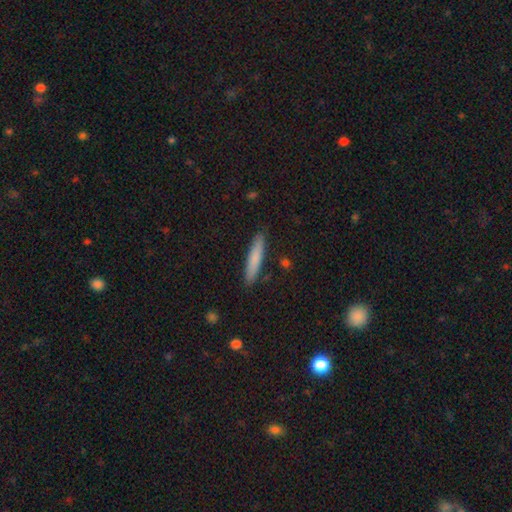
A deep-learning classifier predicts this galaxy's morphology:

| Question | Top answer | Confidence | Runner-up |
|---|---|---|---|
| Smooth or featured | smooth | 63% | featured or disk (27%) |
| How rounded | cigar-shaped | 93% | in between (5%) |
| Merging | none | 90% | minor disturbance (8%) |